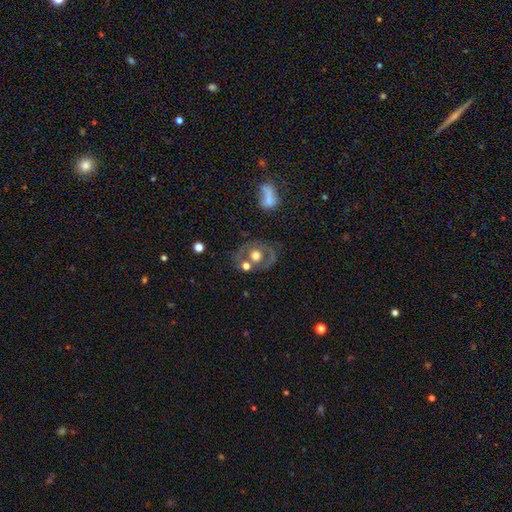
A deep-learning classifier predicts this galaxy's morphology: Smooth or featured? featured or disk (53%)
Edge-on disk? no (94%)
Merging? none (61%)